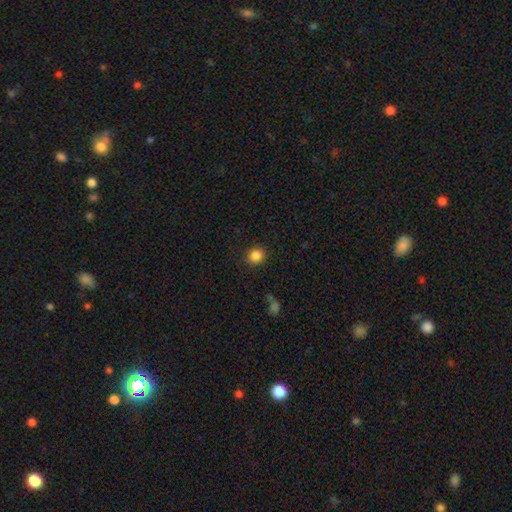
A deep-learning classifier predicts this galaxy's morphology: type=smooth (86%); roundness=round (85%); merging=none (88%).